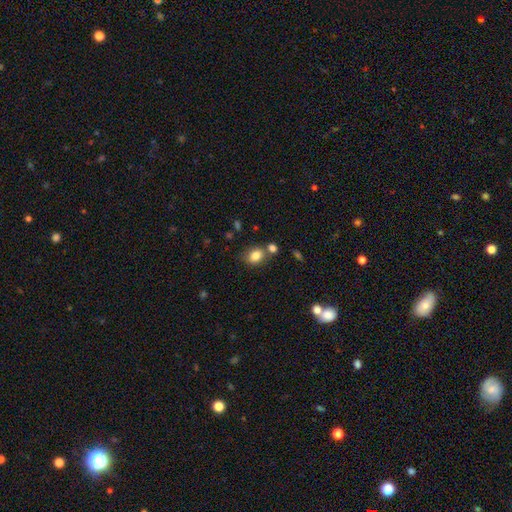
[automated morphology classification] Smooth or featured: smooth — 82% (star or artifact — 10%)
How rounded: in between — 53% (round — 46%)
Merging: none — 64% (merger — 18%)